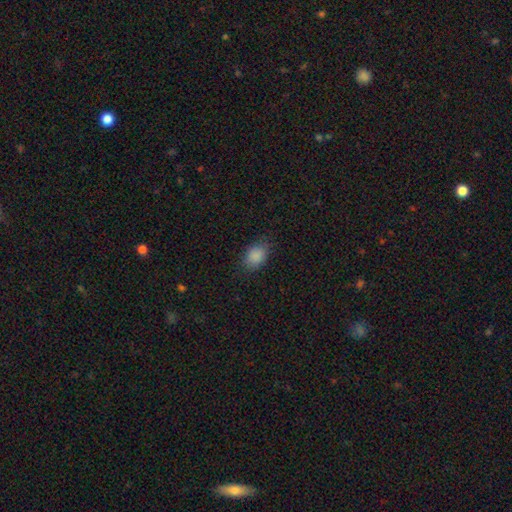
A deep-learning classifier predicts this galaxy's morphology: A smooth galaxy with no disk features (87%) that is in between round and cigar-shaped (75%). Merging: none (78%).